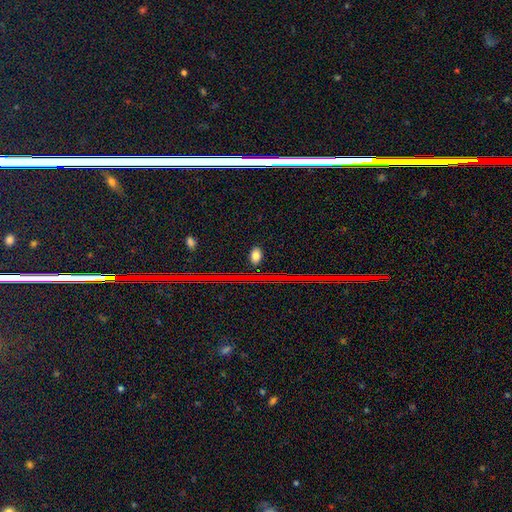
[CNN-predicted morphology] This appears to be a smooth galaxy with no disk features (75%) that is in between round and cigar-shaped (82%). Merging: none (87%).